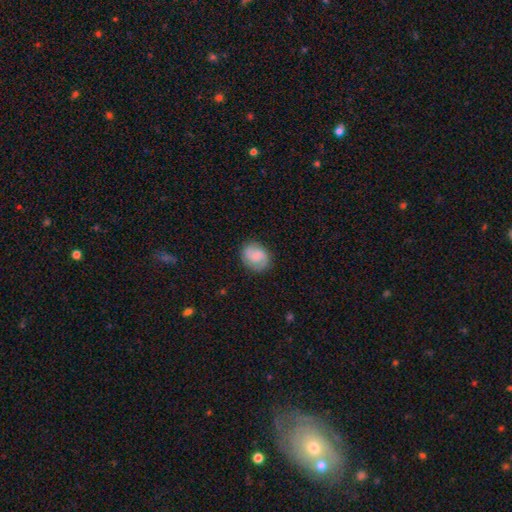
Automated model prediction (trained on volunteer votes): smooth_or_featured: featured or disk (p=0.51) [alt: smooth p=0.41]
disk_edge_on: no (p=0.98) [alt: yes p=0.02]
merging: none (p=0.82) [alt: minor disturbance p=0.12]